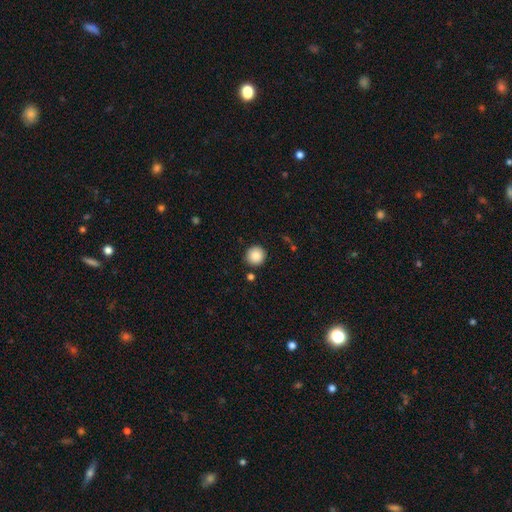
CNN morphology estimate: Smooth or featured? smooth (87%)
How rounded? round (94%)
Merging? none (89%)